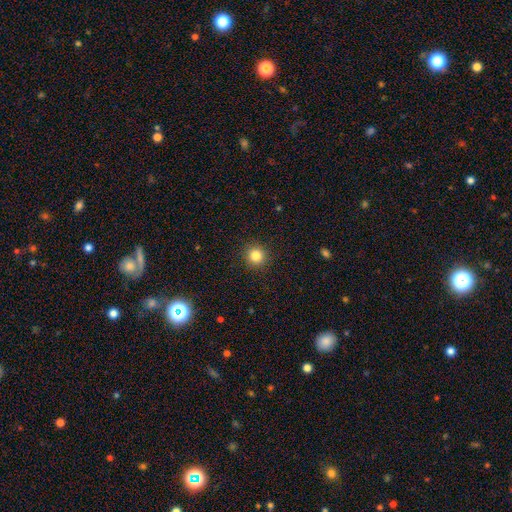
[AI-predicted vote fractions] smooth_or_featured: smooth (p=0.83) [alt: star or artifact p=0.12]
how_rounded: round (p=0.94) [alt: in between p=0.05]
merging: none (p=0.92) [alt: minor disturbance p=0.05]